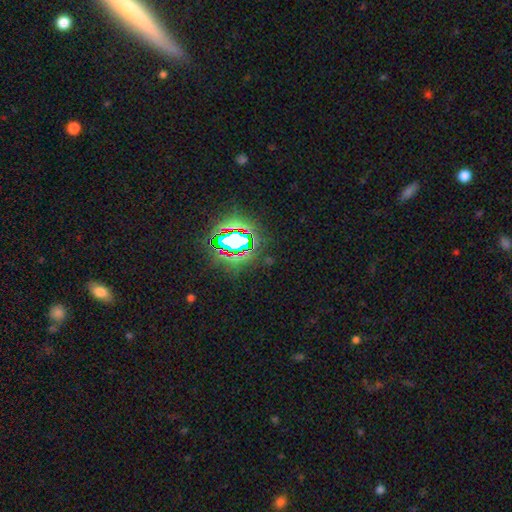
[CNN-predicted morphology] Smooth or featured?
  - star or artifact: 79% *
  - smooth: 13%
  - featured or disk: 8%